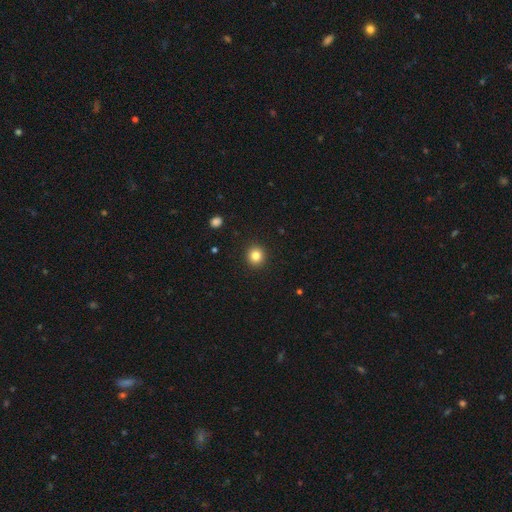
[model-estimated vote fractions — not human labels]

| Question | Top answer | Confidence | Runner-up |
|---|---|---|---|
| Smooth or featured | smooth | 83% | star or artifact (11%) |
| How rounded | round | 91% | in between (8%) |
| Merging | none | 93% | minor disturbance (5%) |